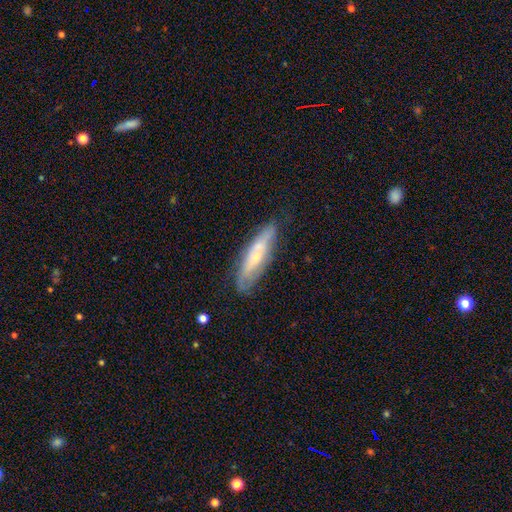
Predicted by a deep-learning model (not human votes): A featured or disk galaxy (55%) viewed edge-on (51%). Merging: none (72%).